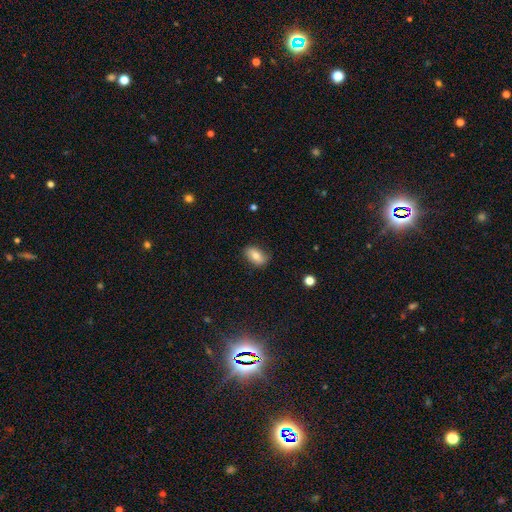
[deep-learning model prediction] Morphology: type=smooth (74%); roundness=in between (88%); merging=none (77%).